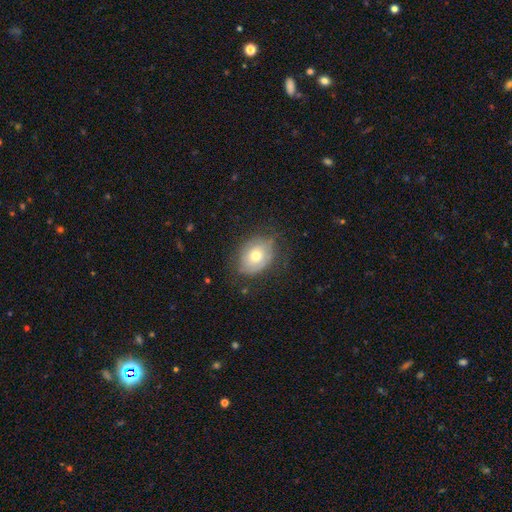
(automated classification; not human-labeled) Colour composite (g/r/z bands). It shows a smooth galaxy with no disk features (59%) that is in between round and cigar-shaped (62%). Merging: none (68%).